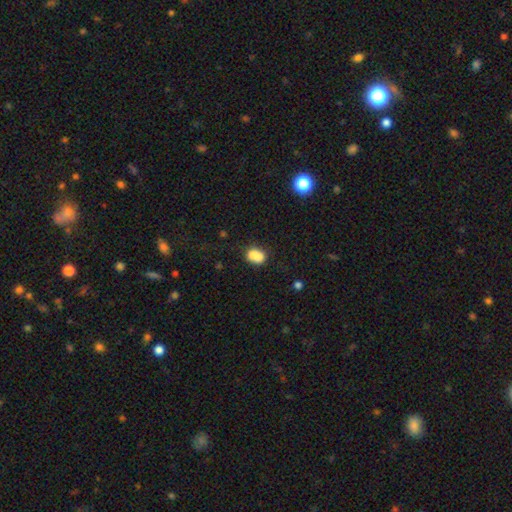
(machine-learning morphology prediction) This appears to be a smooth galaxy with no disk features (79%) that is in between round and cigar-shaped (66%). Merging: none (43%).